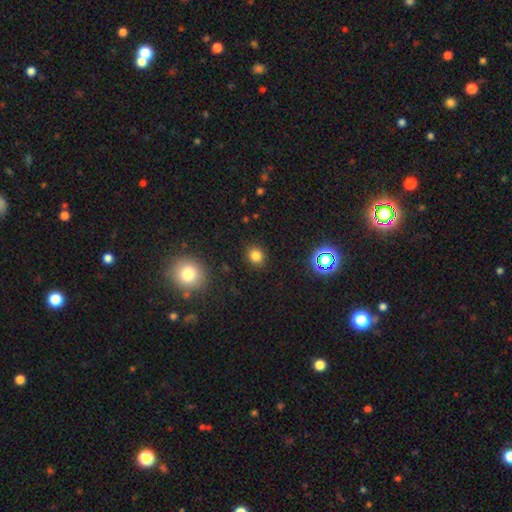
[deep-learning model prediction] Overall: smooth (80%). How rounded: round (72%). Merging: none (88%).